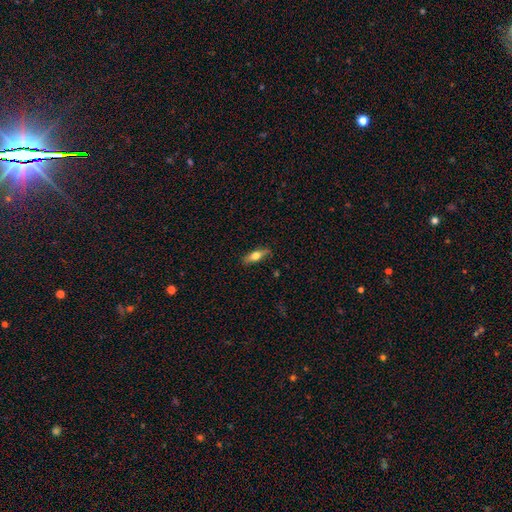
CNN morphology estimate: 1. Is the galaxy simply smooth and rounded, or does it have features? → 59% smooth, 34% featured or disk, 7% star or artifact.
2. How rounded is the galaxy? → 54% in between, 42% cigar-shaped, 3% round.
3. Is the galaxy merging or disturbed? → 83% none, 13% minor disturbance, 3% major disturbance, 1% merger.